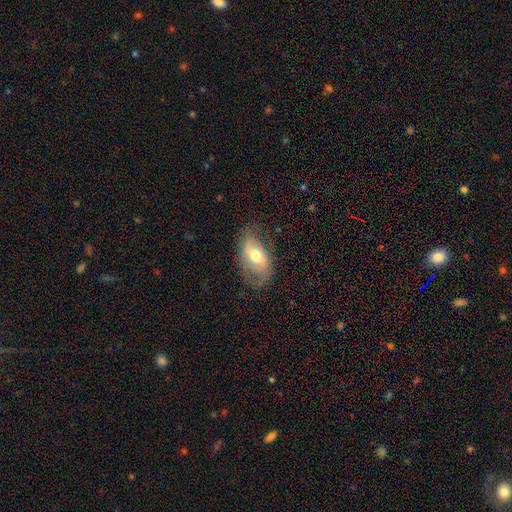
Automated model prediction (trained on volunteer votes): The model was most divided on "smooth or featured": featured or disk: 52%, smooth: 41%, star or artifact: 7%. More confident: edge-on disk — no (91%); merging — none (64%).